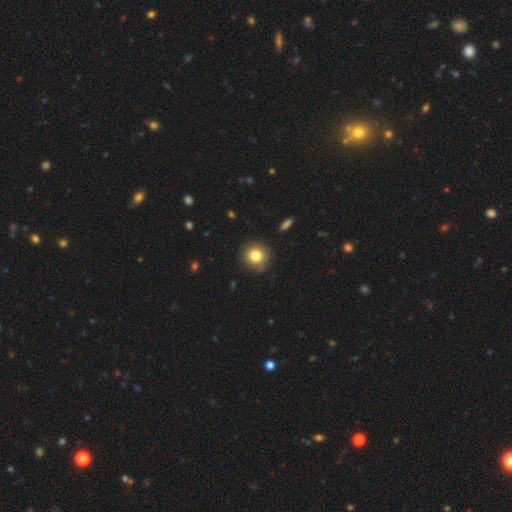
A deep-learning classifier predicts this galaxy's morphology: Smooth or featured? smooth (81%)
How rounded? round (92%)
Merging? none (85%)